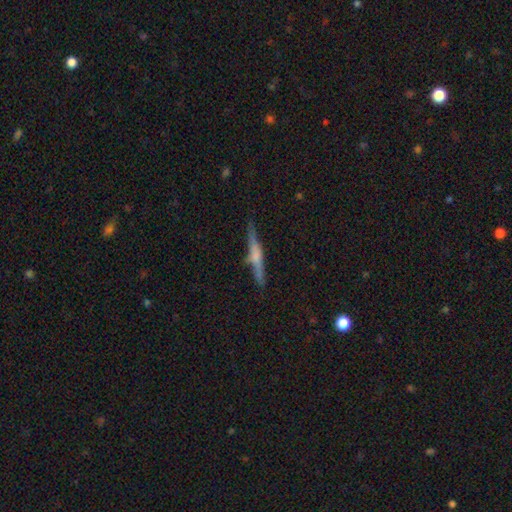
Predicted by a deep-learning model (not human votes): A featured or disk galaxy (59%) viewed edge-on (96%) with a rounded central bulge (60%). Merging: none (81%).